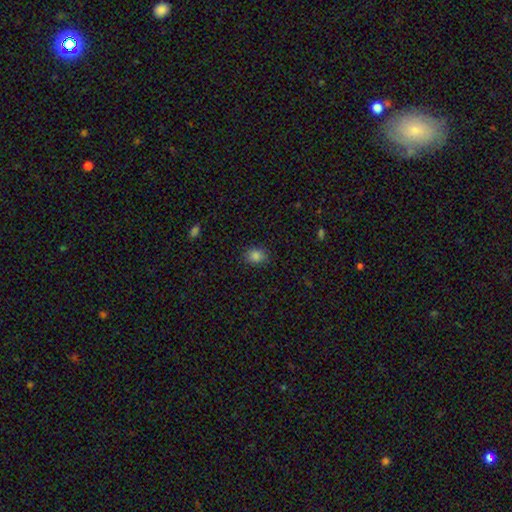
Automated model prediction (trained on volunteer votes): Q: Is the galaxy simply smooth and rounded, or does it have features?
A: smooth — 84%.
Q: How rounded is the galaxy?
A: in between — 51%.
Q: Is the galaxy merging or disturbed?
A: none — 88%.